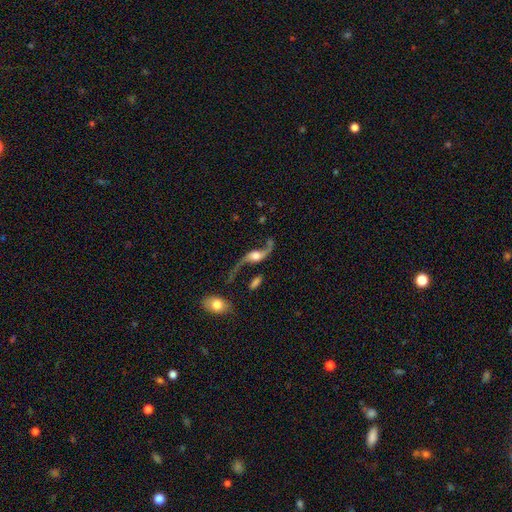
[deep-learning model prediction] Q: Smooth or featured?
A: featured or disk (88%); runner-up: smooth (6%)
Q: Edge-on disk?
A: no (90%); runner-up: yes (10%)
Q: Bar?
A: no (56%); runner-up: weak (31%)
Q: Spiral arms?
A: yes (95%); runner-up: no (5%)
Q: Spiral winding?
A: loose (93%); runner-up: medium (5%)
Q: Spiral arm count?
A: 2 (93%); runner-up: 1 (3%)
Q: Bulge size?
A: moderate (42%); runner-up: large (33%)
Q: Merging?
A: none (61%); runner-up: minor disturbance (15%)